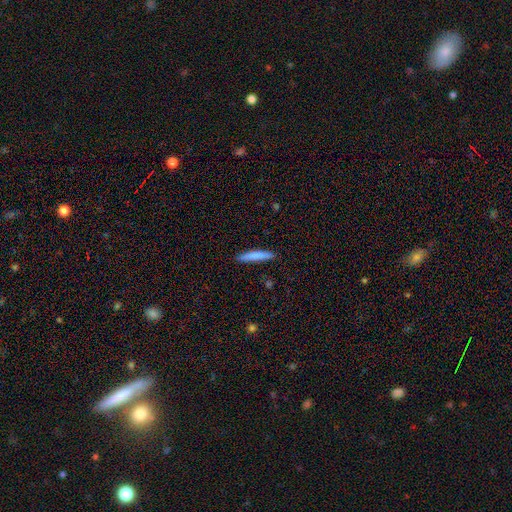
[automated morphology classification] Q: Smooth or featured?
A: smooth (81%); runner-up: featured or disk (13%)
Q: How rounded?
A: cigar-shaped (92%); runner-up: in between (7%)
Q: Merging?
A: none (88%); runner-up: minor disturbance (9%)